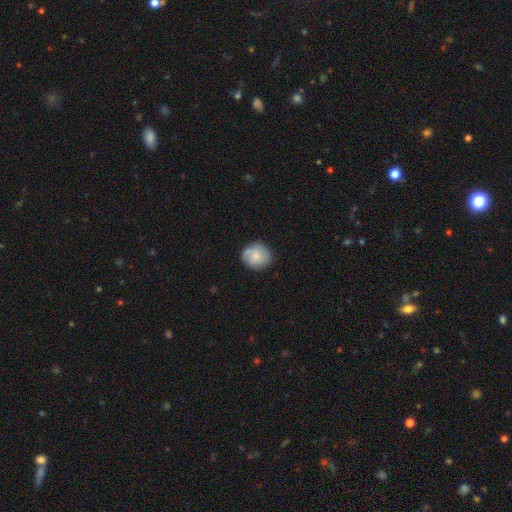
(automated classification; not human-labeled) smooth 64%, featured or disk 29%, star or artifact 7%. Down the decision tree: how rounded — round (84%); merging — none (76%).